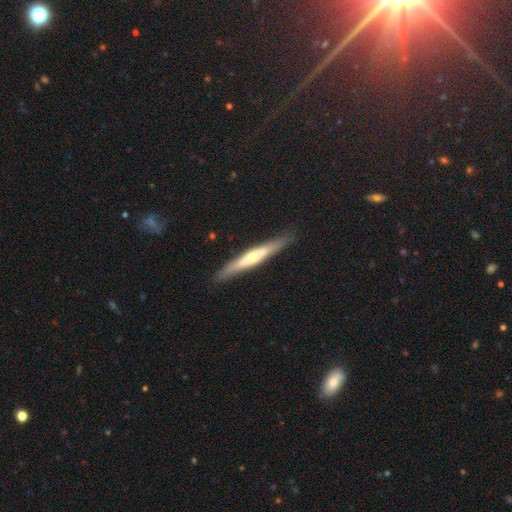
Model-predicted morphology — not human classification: Q: Smooth or featured?
A: featured or disk (64%); runner-up: smooth (29%)
Q: Edge-on disk?
A: yes (94%); runner-up: no (6%)
Q: Edge-on bulge?
A: rounded (72%); runner-up: none (21%)
Q: Merging?
A: none (88%); runner-up: minor disturbance (9%)